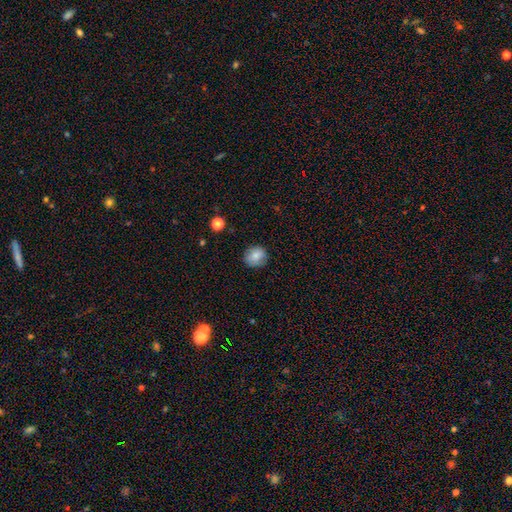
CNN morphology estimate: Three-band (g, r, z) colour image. It shows a smooth galaxy with no disk features (83%) that is round (81%). Merging: none (81%).